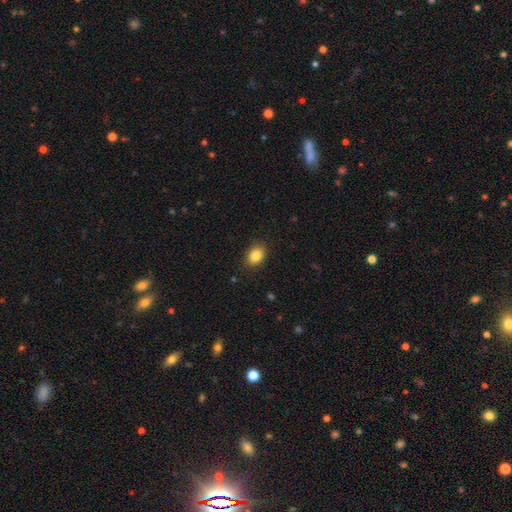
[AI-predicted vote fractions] Smooth or featured?
  - smooth: 85% *
  - star or artifact: 9%
  - featured or disk: 6%
How rounded?
  - in between: 70% *
  - round: 29%
  - cigar-shaped: 1%
Merging?
  - none: 88% *
  - minor disturbance: 9%
  - major disturbance: 2%
  - merger: 1%